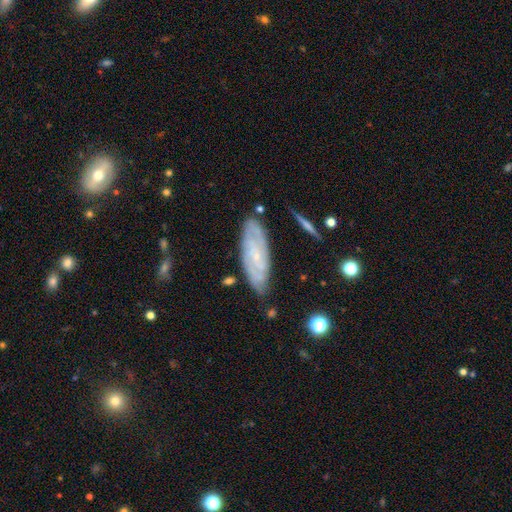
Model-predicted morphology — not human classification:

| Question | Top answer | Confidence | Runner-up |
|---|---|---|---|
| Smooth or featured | featured or disk | 74% | smooth (19%) |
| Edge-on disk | no | 87% | yes (13%) |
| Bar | no | 55% | weak (35%) |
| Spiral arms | yes | 90% | no (10%) |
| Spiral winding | tight | 60% | medium (31%) |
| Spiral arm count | can't tell | 38% | tied: 2 (38%) |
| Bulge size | small | 81% | moderate (12%) |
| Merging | none | 77% | minor disturbance (17%) |